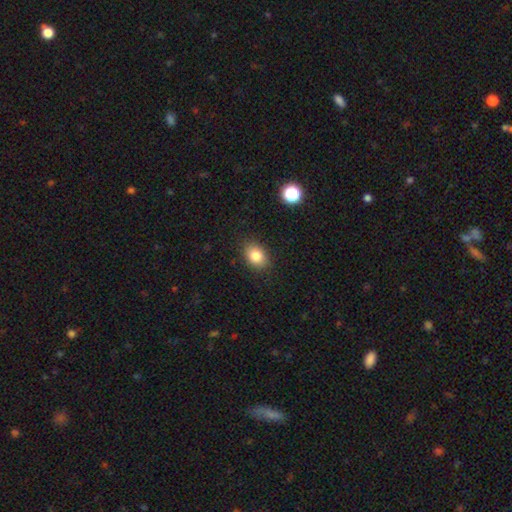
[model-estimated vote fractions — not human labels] Smooth or featured?
  - smooth: 82% *
  - star or artifact: 10%
  - featured or disk: 7%
How rounded?
  - in between: 66% *
  - round: 33%
  - cigar-shaped: 1%
Merging?
  - none: 86% *
  - minor disturbance: 10%
  - major disturbance: 2%
  - merger: 1%